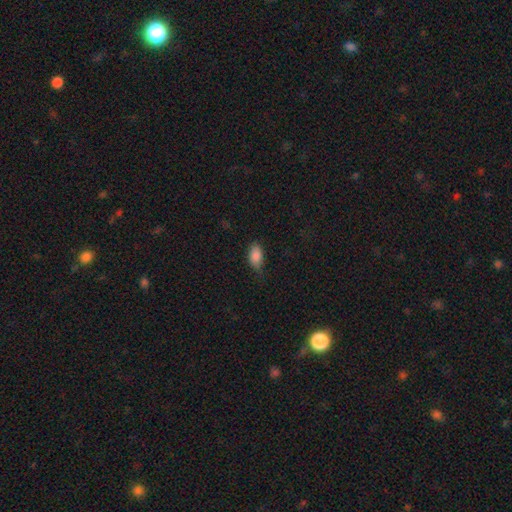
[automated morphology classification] A smooth galaxy with no disk features (87%) that is in between round and cigar-shaped (91%).

Vote fractions:
- Smooth or featured? smooth: 87% / star or artifact: 8% / featured or disk: 5%
- How rounded? in between: 91% / round: 6% / cigar-shaped: 3%
- Merging? none: 66% / minor disturbance: 27% / major disturbance: 6% / merger: 1%